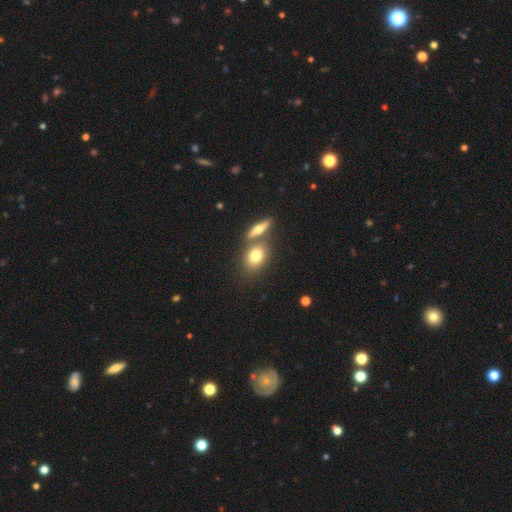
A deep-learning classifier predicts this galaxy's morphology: This appears to be a smooth galaxy with no disk features (74%) that is in between round and cigar-shaped (64%). Merging: none (54%).